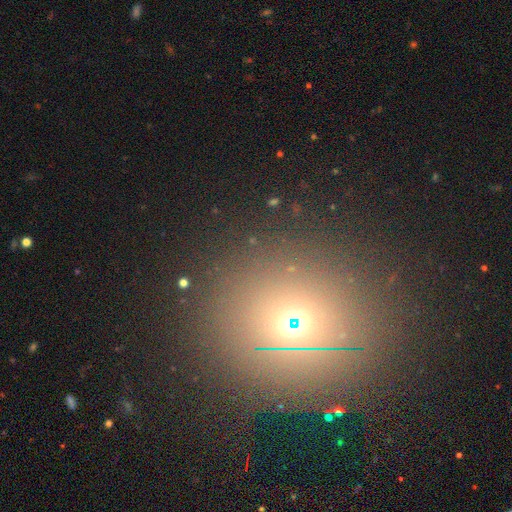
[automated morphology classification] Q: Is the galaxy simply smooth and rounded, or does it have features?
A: smooth — 43%.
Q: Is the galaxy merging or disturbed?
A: none — 84%.